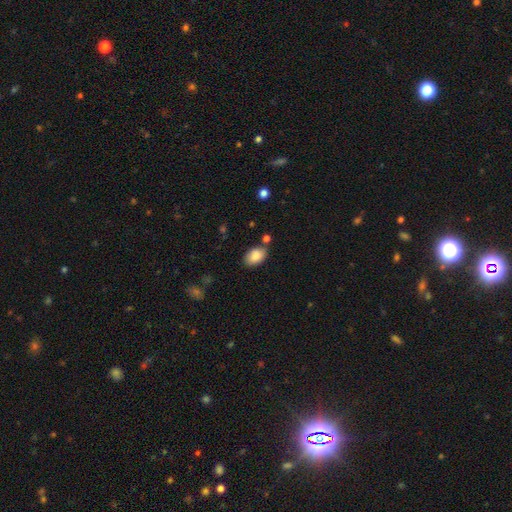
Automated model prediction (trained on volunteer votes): Smooth or featured? Predicted: smooth (p=0.87). How rounded? Predicted: in between (p=0.89). Merging? Predicted: none (p=0.76).